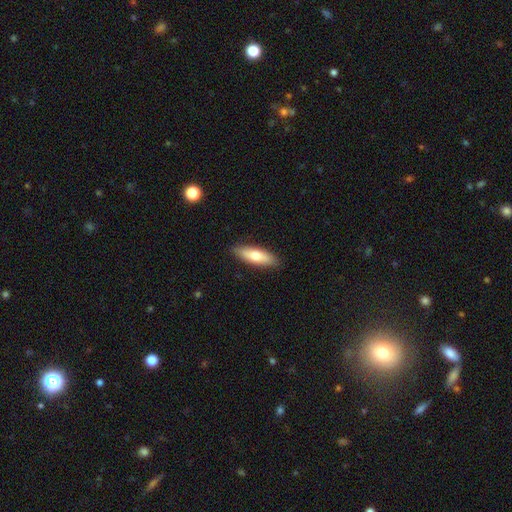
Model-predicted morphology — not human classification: The model was most divided on "how rounded" (2-way tie): in between: 49%, cigar-shaped: 49%, round: 2%. More confident: merging — none (88%); smooth or featured — smooth (67%).